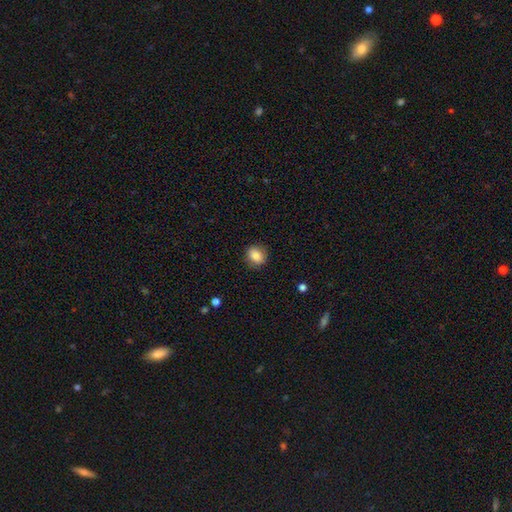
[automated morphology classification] This is clearly a smooth galaxy (83%). How rounded: likely round (64%). Merging: clearly none (85%).